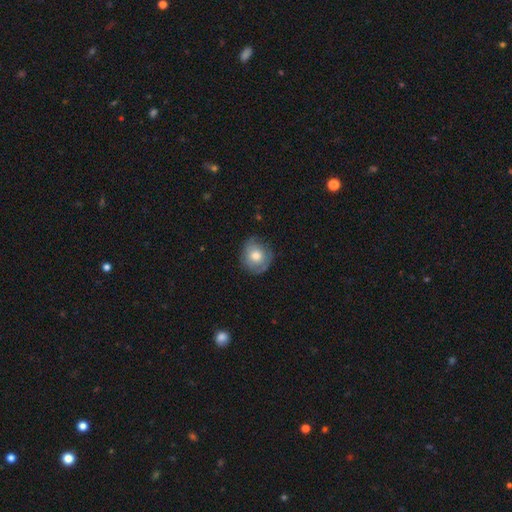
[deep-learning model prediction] A smooth galaxy with no disk features (59%) that is round (85%). Merging: none (72%).